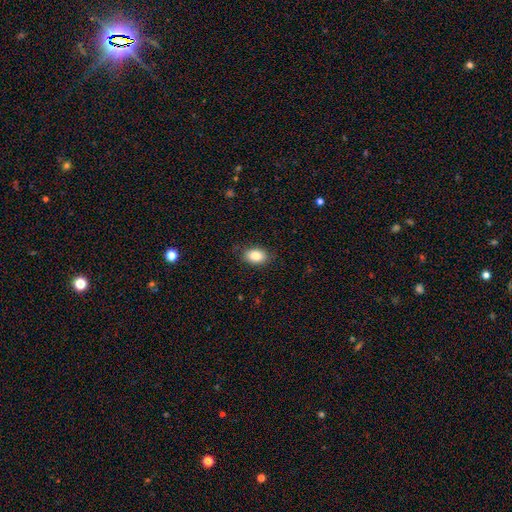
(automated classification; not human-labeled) smooth-or-featured: smooth: 86% | star or artifact: 8% | featured or disk: 6%
  how-rounded: in between: 86% | round: 13% | cigar-shaped: 1%
  merging: none: 85% | minor disturbance: 11% | major disturbance: 3% | merger: 1%